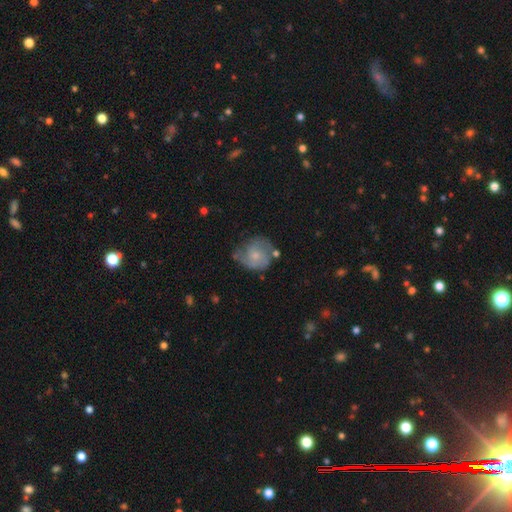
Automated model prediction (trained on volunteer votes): A featured or disk galaxy (57%) with no bar (74%), spiral arms (81%) and a small central bulge (58%). Merging: none (53%).